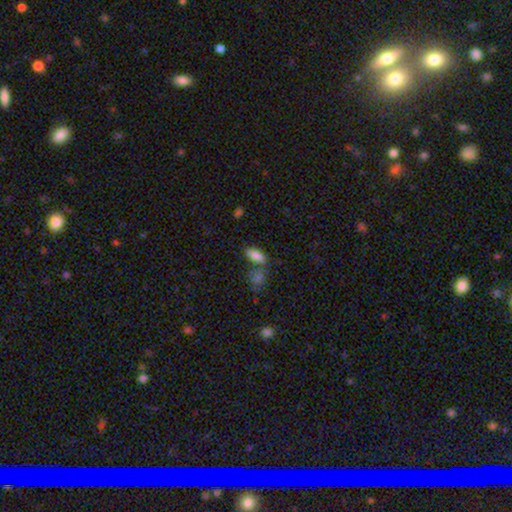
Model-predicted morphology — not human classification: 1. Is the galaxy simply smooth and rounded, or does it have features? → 82% smooth, 10% star or artifact, 8% featured or disk.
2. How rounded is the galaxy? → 85% in between, 11% cigar-shaped, 3% round.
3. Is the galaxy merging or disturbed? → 57% none, 23% merger, 14% minor disturbance, 5% major disturbance.